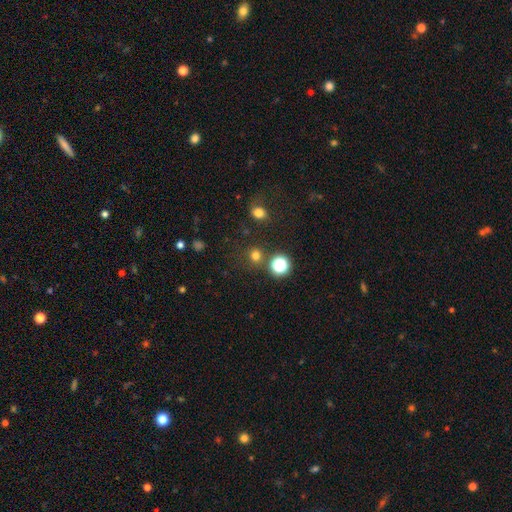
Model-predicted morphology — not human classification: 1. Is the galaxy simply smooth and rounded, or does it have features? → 71% smooth, 23% star or artifact, 5% featured or disk.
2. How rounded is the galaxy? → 90% round, 9% in between, 1% cigar-shaped.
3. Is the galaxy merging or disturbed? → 80% none, 8% minor disturbance, 8% merger, 4% major disturbance.